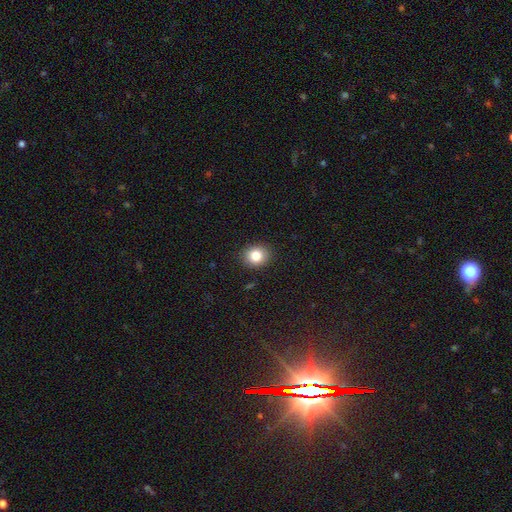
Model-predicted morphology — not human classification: Q: Smooth or featured?
A: smooth (83%); runner-up: star or artifact (11%)
Q: How rounded?
A: round (70%); runner-up: in between (30%)
Q: Merging?
A: none (90%); runner-up: minor disturbance (7%)